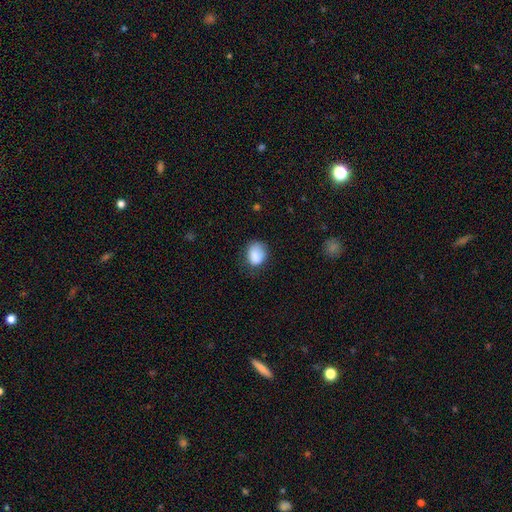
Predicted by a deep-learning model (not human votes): Smooth or featured: smooth — 85% (star or artifact — 8%)
How rounded: round — 52% (in between — 47%)
Merging: none — 59% (minor disturbance — 28%)